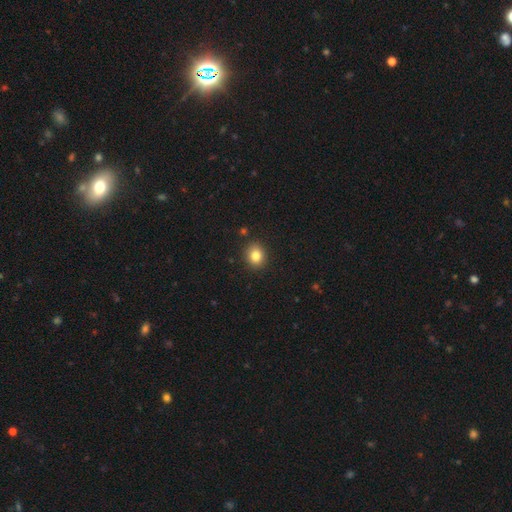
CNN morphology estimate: smooth_or_featured: smooth (p=0.83) [alt: star or artifact p=0.11]
how_rounded: round (p=0.68) [alt: in between p=0.31]
merging: none (p=0.88) [alt: minor disturbance p=0.08]